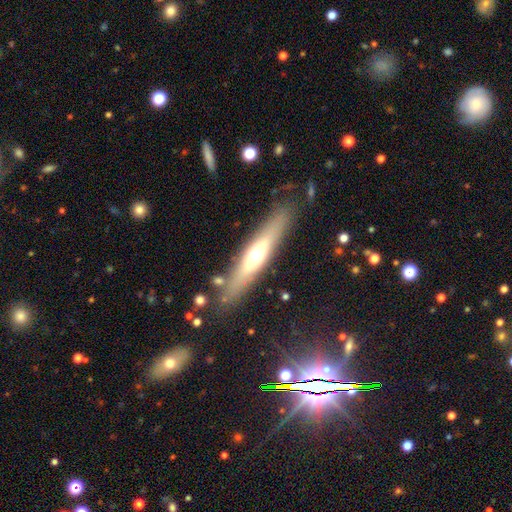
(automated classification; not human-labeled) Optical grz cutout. It shows a featured or disk galaxy (52%) viewed edge-on (82%). Merging: none (83%).